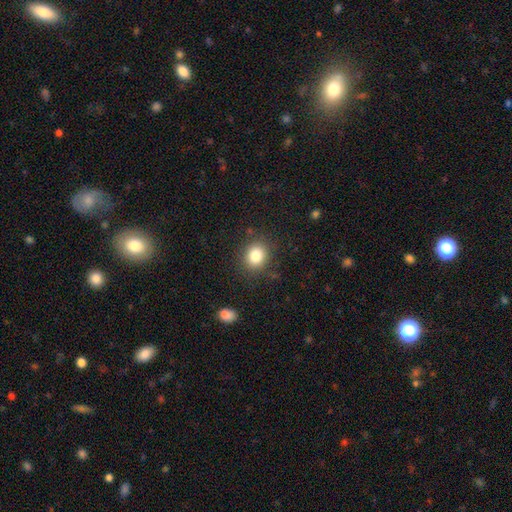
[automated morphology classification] Smooth or featured? smooth (82%)
How rounded? round (69%)
Merging? none (85%)